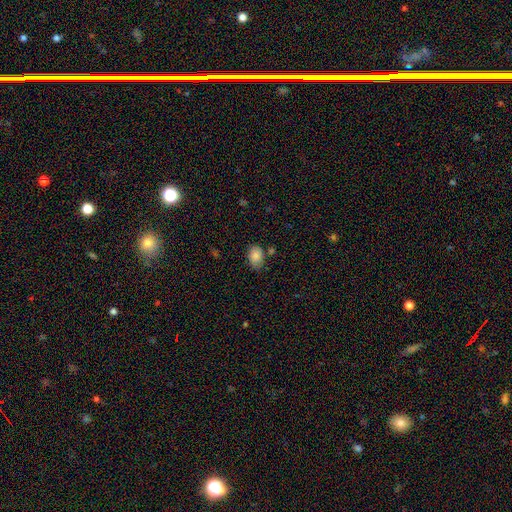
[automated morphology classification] Smooth or featured: smooth — 85% (star or artifact — 8%)
How rounded: in between — 79% (round — 20%)
Merging: none — 71% (minor disturbance — 20%)